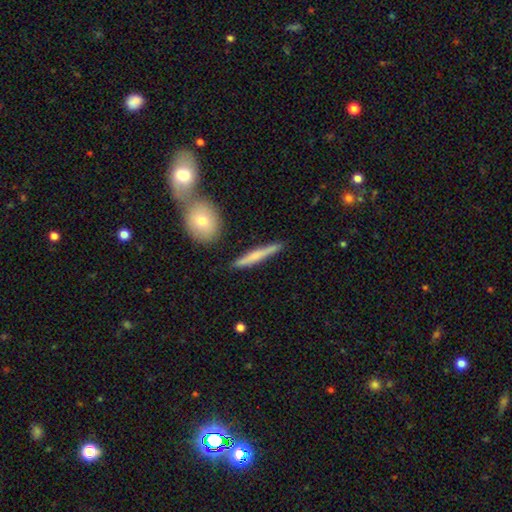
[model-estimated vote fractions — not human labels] smooth_or_featured: smooth (p=0.52) [alt: featured or disk p=0.43]
how_rounded: cigar-shaped (p=0.92) [alt: in between p=0.05]
merging: none (p=0.85) [alt: minor disturbance p=0.09]